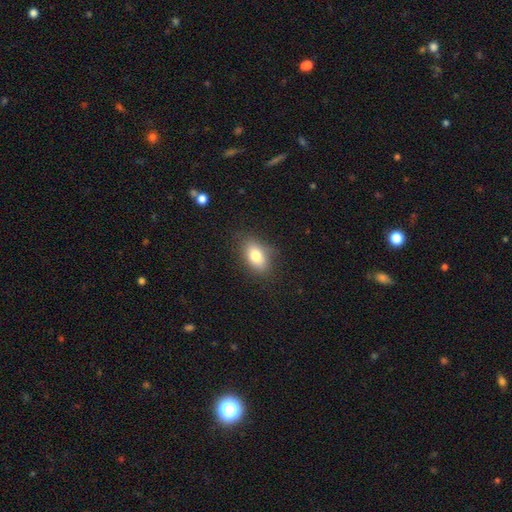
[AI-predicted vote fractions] A smooth galaxy with no disk features (79%) that is in between round and cigar-shaped (88%).

Vote fractions:
- Smooth or featured? smooth: 79% / featured or disk: 12% / star or artifact: 9%
- How rounded? in between: 88% / round: 9% / cigar-shaped: 3%
- Merging? none: 79% / minor disturbance: 15% / major disturbance: 4% / merger: 1%